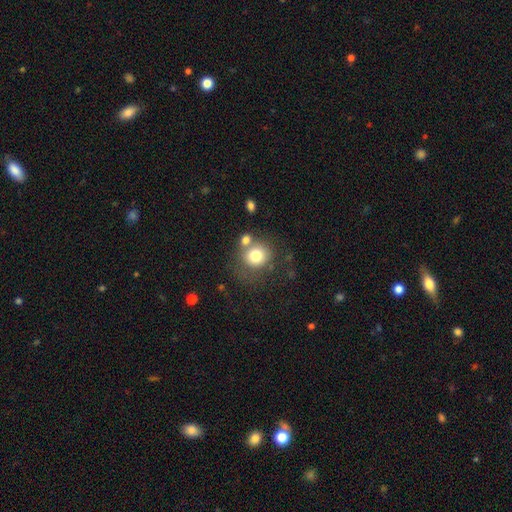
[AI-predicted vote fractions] A smooth galaxy with no disk features (77%) that is round (83%).

Vote fractions:
- Smooth or featured? smooth: 77% / featured or disk: 12% / star or artifact: 10%
- How rounded? round: 83% / in between: 16% / cigar-shaped: 1%
- Merging? none: 58% / merger: 21% / minor disturbance: 14% / major disturbance: 8%